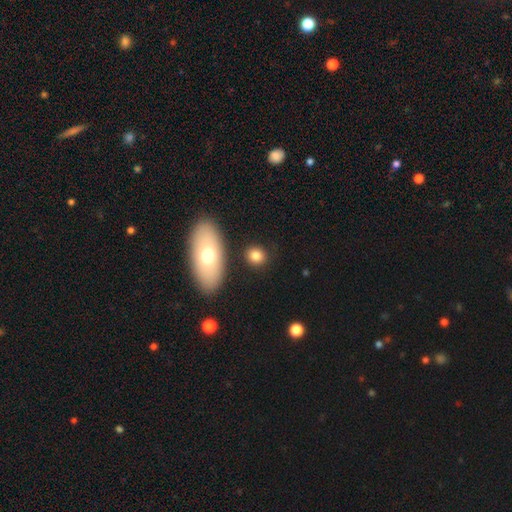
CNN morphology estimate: Smooth or featured? smooth (82%)
How rounded? round (68%)
Merging? none (83%)